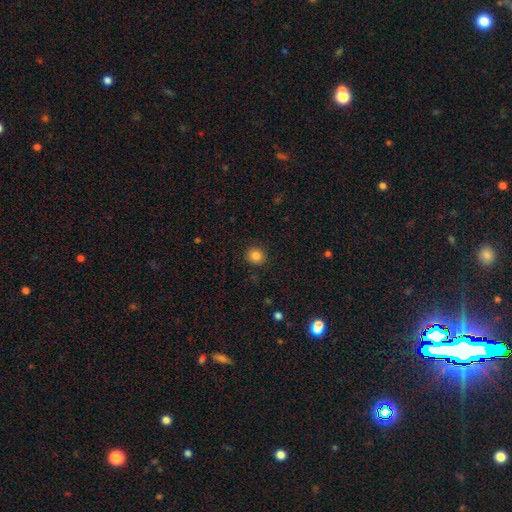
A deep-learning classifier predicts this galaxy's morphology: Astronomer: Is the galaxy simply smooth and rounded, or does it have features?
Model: smooth — 84%.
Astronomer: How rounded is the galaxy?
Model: round — 89%.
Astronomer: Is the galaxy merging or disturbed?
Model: none — 91%.